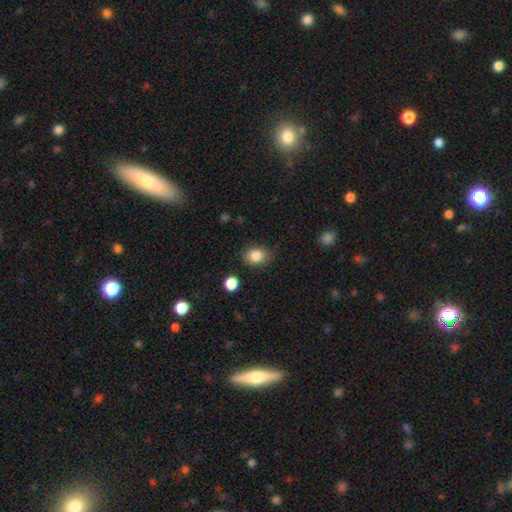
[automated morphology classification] Smooth or featured? Predicted: smooth (p=0.85). How rounded? Predicted: in between (p=0.50). Merging? Predicted: none (p=0.79).